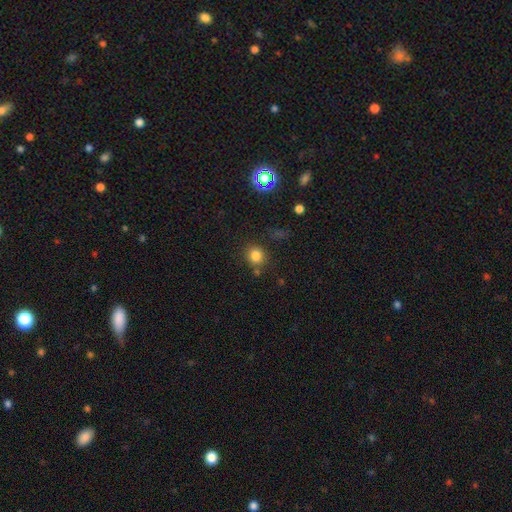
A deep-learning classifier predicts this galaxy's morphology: This is clearly a smooth galaxy (80%). How rounded: clearly round (82%). Merging: likely none (76%).